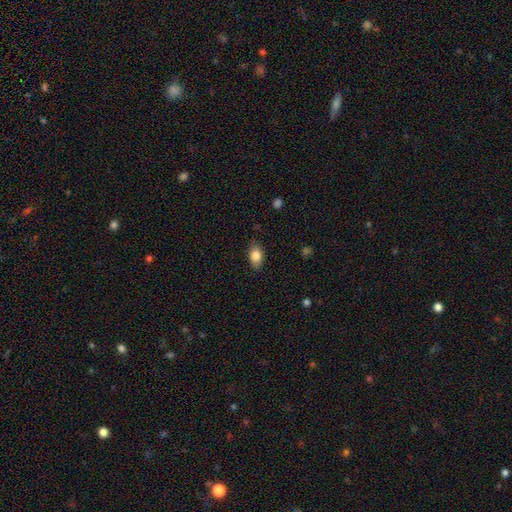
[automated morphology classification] The model was most divided on "merging": none: 83%, minor disturbance: 13%, major disturbance: 3%, merger: 1%. More confident: how rounded — in between (87%); smooth or featured — smooth (83%).